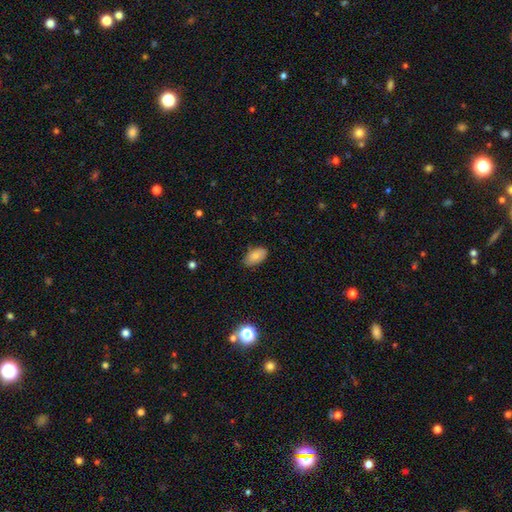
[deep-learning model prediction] A smooth galaxy with no disk features (80%) that is in between round and cigar-shaped (93%). Merging: none (78%).